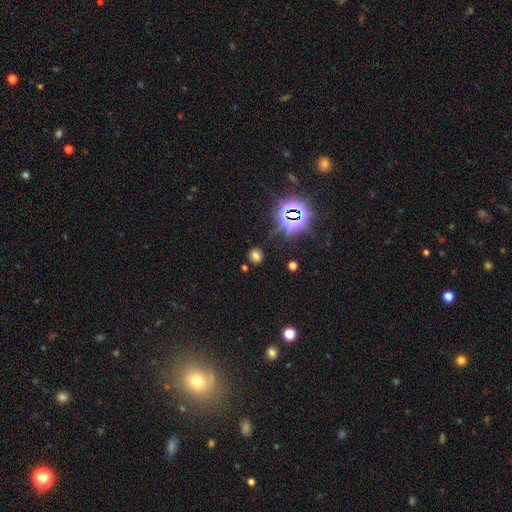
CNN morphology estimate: type=smooth (59%); roundness=round (55%); merging=none (80%).